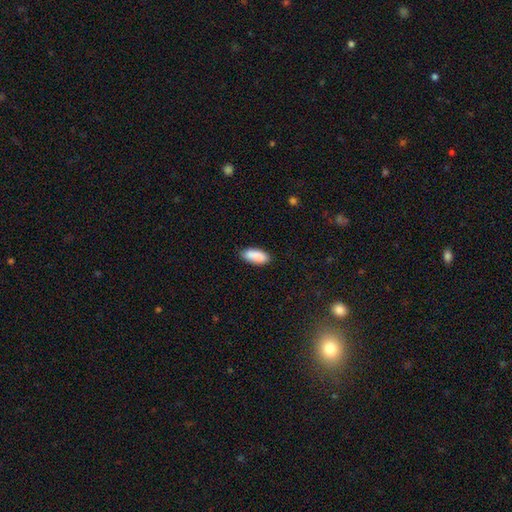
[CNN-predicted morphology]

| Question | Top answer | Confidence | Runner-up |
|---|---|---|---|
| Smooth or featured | smooth | 88% | star or artifact (6%) |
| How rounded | in between | 82% | cigar-shaped (16%) |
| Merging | none | 79% | minor disturbance (16%) |